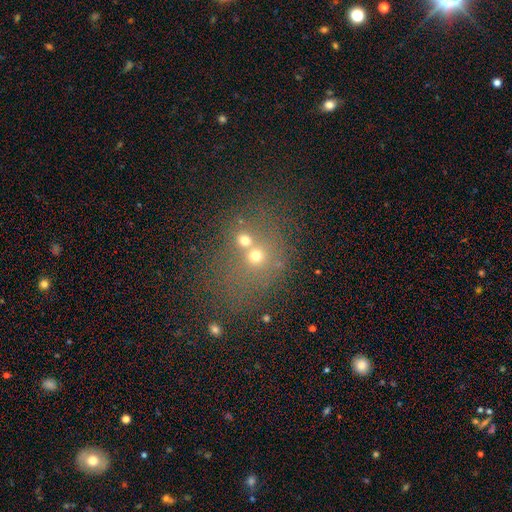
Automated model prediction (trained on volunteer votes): Morphology: type=smooth (51%); roundness=round (65%); merging=merger (48%).